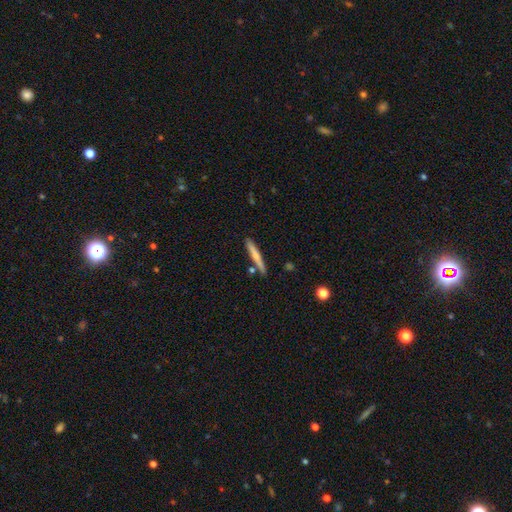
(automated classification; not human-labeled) smooth-or-featured: smooth: 58% | featured or disk: 36% | star or artifact: 6%
  how-rounded: cigar-shaped: 94% | in between: 4% | round: 2%
  merging: none: 82% | minor disturbance: 10% | merger: 6% | major disturbance: 2%